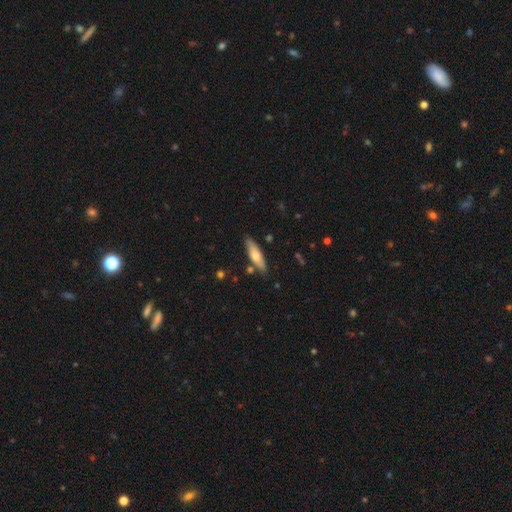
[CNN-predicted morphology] smooth 55%, featured or disk 38%, star or artifact 6%. Down the decision tree: how rounded — cigar-shaped (62%); merging — none (82%).